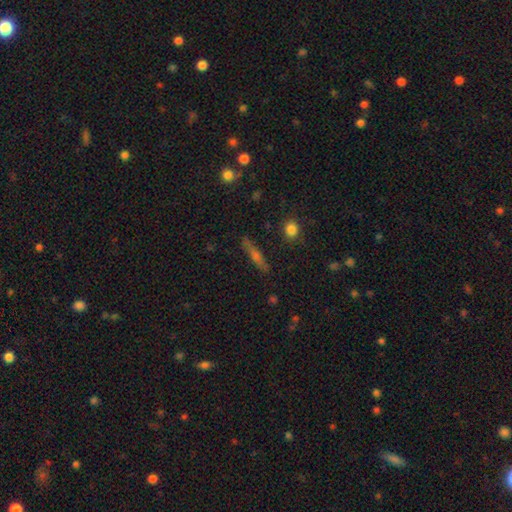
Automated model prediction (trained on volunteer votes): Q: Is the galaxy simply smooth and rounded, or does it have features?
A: featured or disk — 48%.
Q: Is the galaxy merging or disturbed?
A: none — 88%.